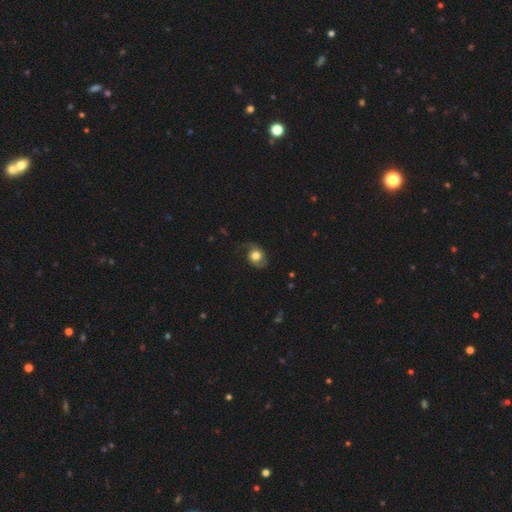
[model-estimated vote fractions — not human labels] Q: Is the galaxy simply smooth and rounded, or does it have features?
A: smooth — 54%.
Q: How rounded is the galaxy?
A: in between — 50%.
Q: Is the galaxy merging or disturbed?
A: none — 55%.